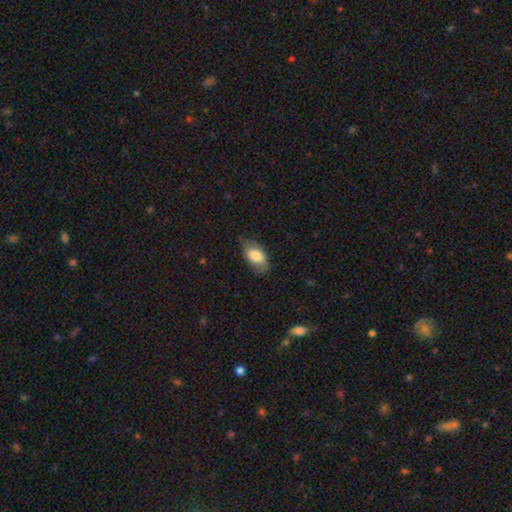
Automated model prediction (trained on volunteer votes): Q: Smooth or featured?
A: smooth (75%); runner-up: featured or disk (18%)
Q: How rounded?
A: in between (93%); runner-up: round (5%)
Q: Merging?
A: none (73%); runner-up: minor disturbance (20%)